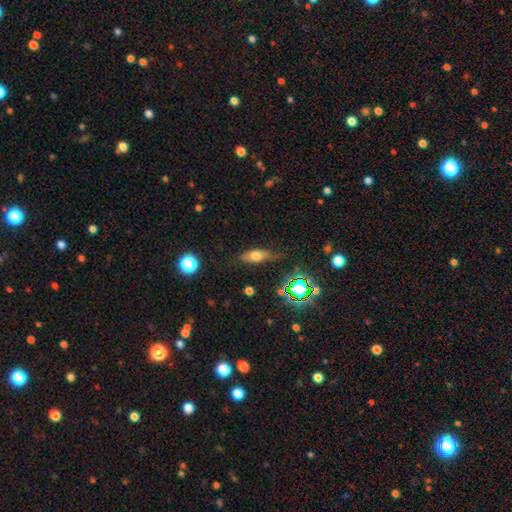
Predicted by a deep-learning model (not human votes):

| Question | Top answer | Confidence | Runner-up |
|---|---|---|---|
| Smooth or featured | smooth | 60% | featured or disk (26%) |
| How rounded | in between | 65% | cigar-shaped (29%) |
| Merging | none | 63% | minor disturbance (26%) |